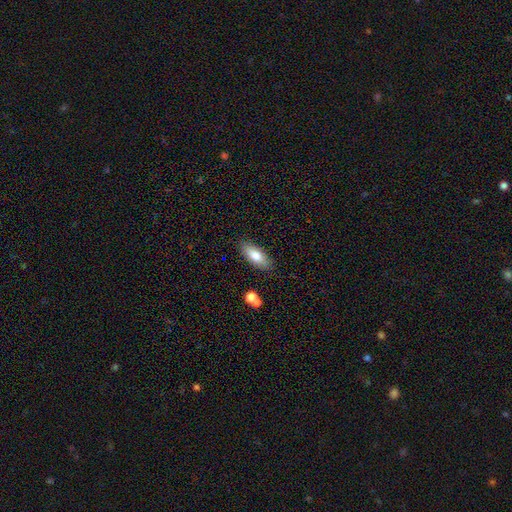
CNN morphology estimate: Smooth or featured? smooth (77%)
How rounded? in between (75%)
Merging? none (86%)